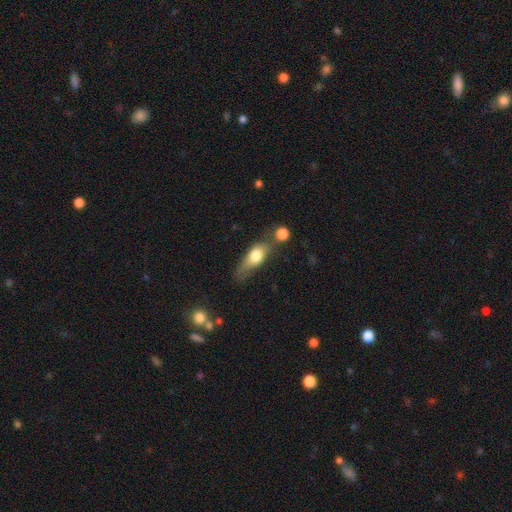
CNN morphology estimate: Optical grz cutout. It shows a smooth galaxy with no disk features (65%) that is in between round and cigar-shaped (65%). Merging: none (39%).